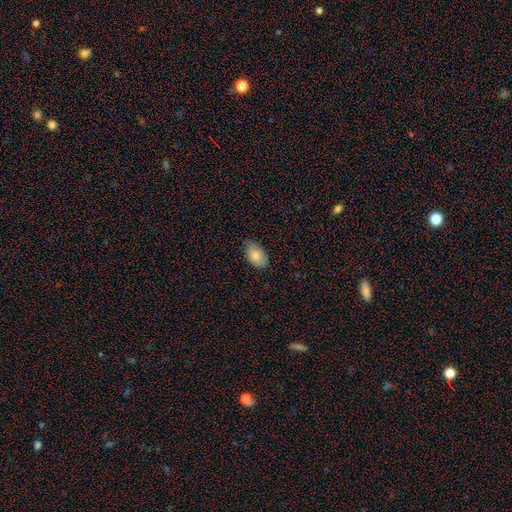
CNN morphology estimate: smooth-or-featured: smooth: 81% | featured or disk: 12% | star or artifact: 7%
  how-rounded: in between: 93% | round: 6% | cigar-shaped: 1%
  merging: none: 73% | minor disturbance: 23% | major disturbance: 3% | merger: 1%